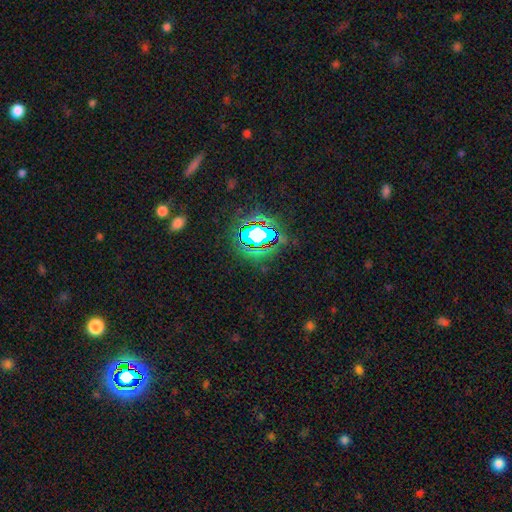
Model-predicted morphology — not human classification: Smooth or featured? Predicted: star or artifact (p=0.79).